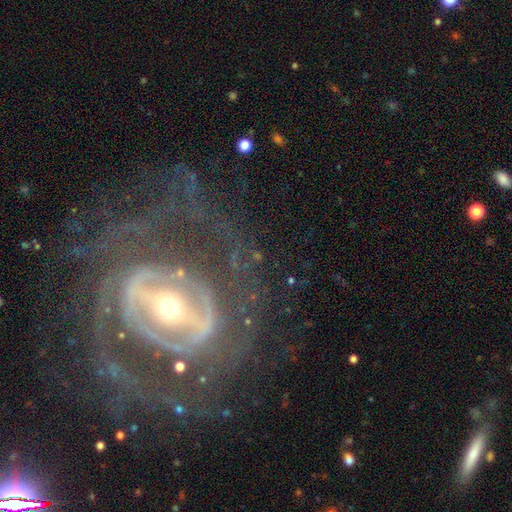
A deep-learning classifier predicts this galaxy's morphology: Q: Smooth or featured?
A: featured or disk (72%); runner-up: star or artifact (15%)
Q: Edge-on disk?
A: no (92%); runner-up: yes (8%)
Q: Bar?
A: strong (41%); runner-up: no (32%)
Q: Spiral arms?
A: yes (76%); runner-up: no (24%)
Q: Spiral winding?
A: tight (41%); runner-up: medium (39%)
Q: Spiral arm count?
A: 2 (49%); runner-up: can't tell (22%)
Q: Bulge size?
A: moderate (57%); runner-up: small (31%)
Q: Merging?
A: none (60%); runner-up: major disturbance (19%)